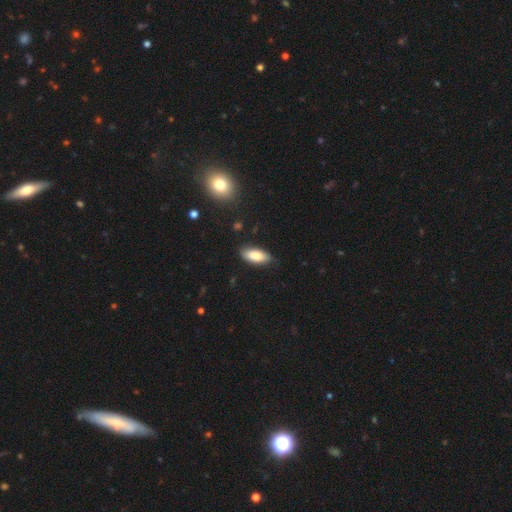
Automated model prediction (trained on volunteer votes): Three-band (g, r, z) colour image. It shows a smooth galaxy with no disk features (84%) that is in between round and cigar-shaped (85%). Merging: none (82%).